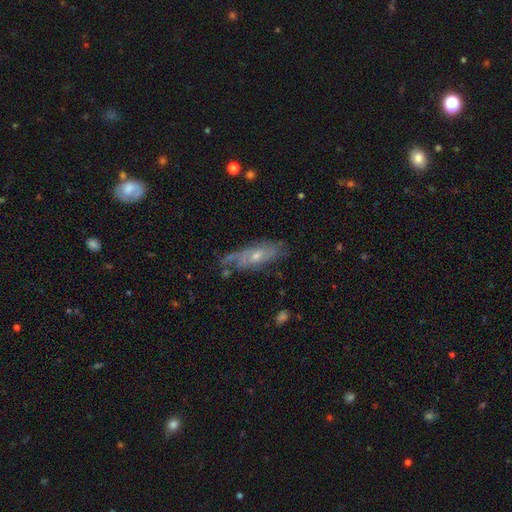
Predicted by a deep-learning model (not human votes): Q: Smooth or featured?
A: featured or disk (66%); runner-up: smooth (26%)
Q: Edge-on disk?
A: no (79%); runner-up: yes (21%)
Q: Bar?
A: no (71%); runner-up: weak (25%)
Q: Spiral arms?
A: yes (75%); runner-up: no (25%)
Q: Bulge size?
A: small (53%); runner-up: moderate (43%)
Q: Merging?
A: none (56%); runner-up: minor disturbance (28%)